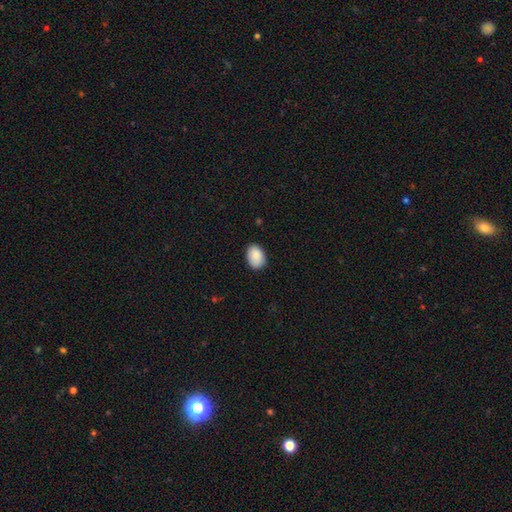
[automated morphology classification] type=smooth (89%); roundness=in between (85%); merging=none (85%).